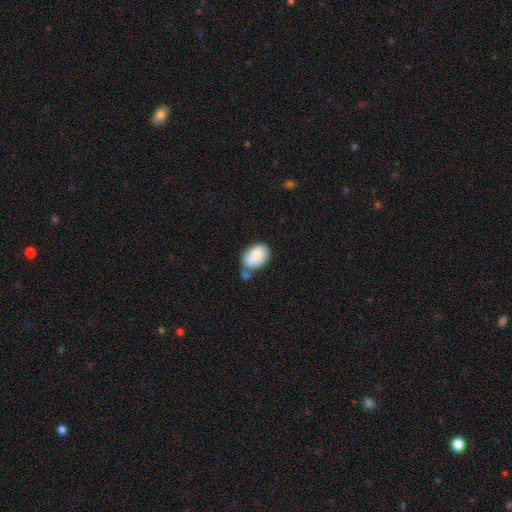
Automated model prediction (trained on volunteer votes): Morphology: type=smooth (81%); roundness=in between (83%); merging=none (46%).